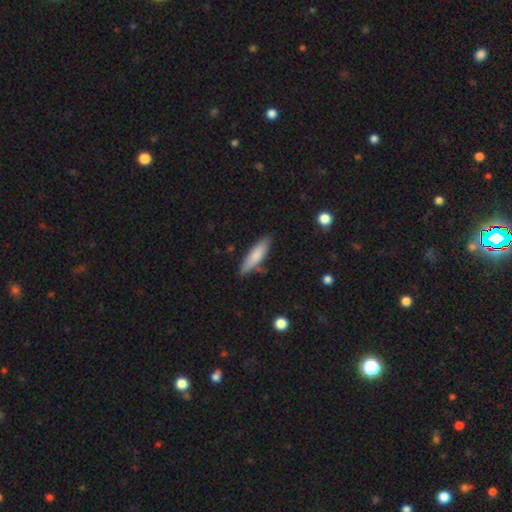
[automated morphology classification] smooth 79%, featured or disk 15%, star or artifact 6%. Down the decision tree: how rounded — cigar-shaped (71%); merging — none (80%).